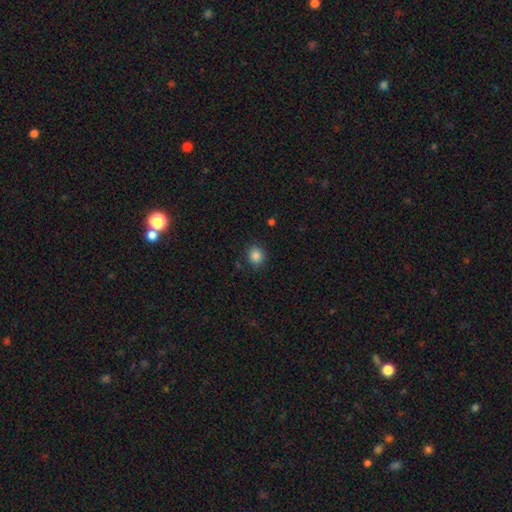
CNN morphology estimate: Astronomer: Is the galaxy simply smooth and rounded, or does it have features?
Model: smooth — 85%.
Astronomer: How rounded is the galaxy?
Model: round — 85%.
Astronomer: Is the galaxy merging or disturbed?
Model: none — 87%.